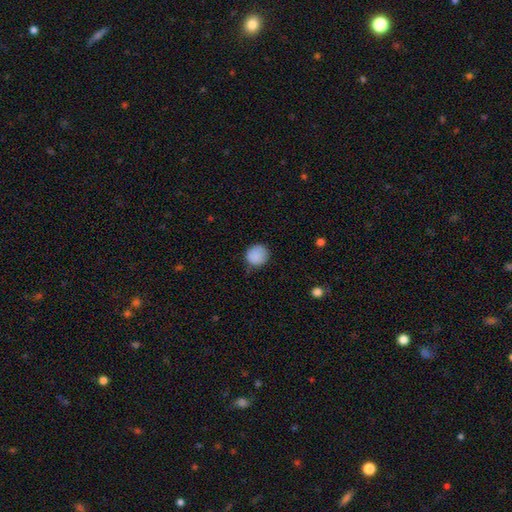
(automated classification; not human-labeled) Smooth or featured? Predicted: smooth (p=0.88). How rounded? Predicted: round (p=0.88). Merging? Predicted: none (p=0.75).